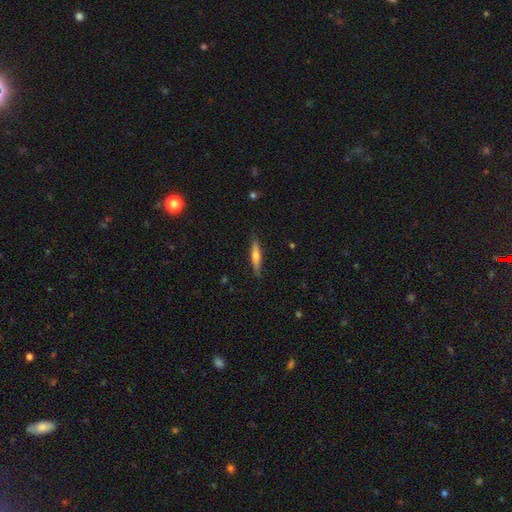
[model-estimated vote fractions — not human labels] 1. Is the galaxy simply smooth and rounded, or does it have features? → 51% smooth, 42% featured or disk, 6% star or artifact.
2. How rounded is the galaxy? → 87% cigar-shaped, 11% in between, 2% round.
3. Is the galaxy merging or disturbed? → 85% none, 12% minor disturbance, 2% major disturbance, 1% merger.